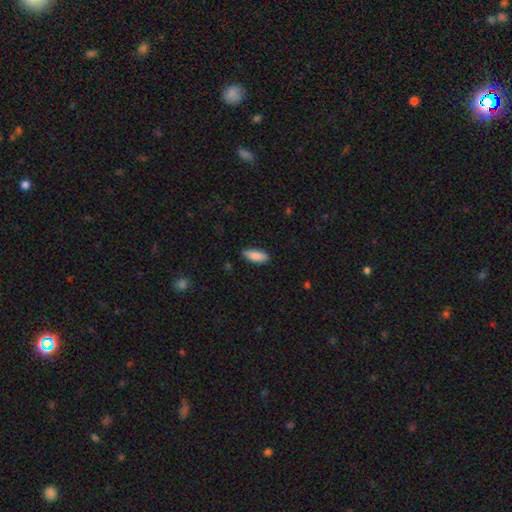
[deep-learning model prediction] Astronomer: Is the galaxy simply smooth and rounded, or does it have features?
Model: smooth — 87%.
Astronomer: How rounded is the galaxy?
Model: in between — 74%.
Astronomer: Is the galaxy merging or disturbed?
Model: none — 84%.